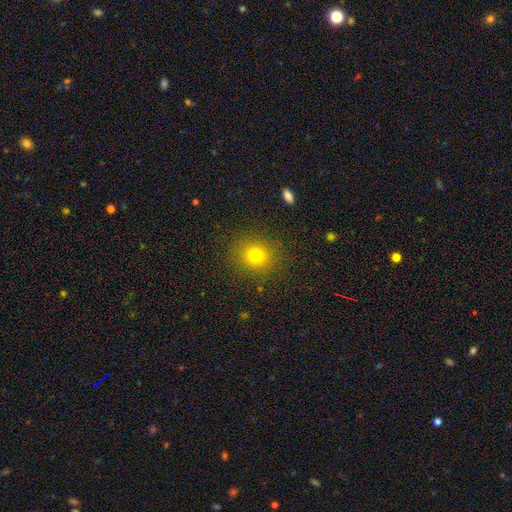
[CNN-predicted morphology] smooth-or-featured: smooth: 76% | star or artifact: 16% | featured or disk: 8%
  how-rounded: round: 84% | in between: 15% | cigar-shaped: 1%
  merging: none: 89% | minor disturbance: 7% | major disturbance: 3% | merger: 1%